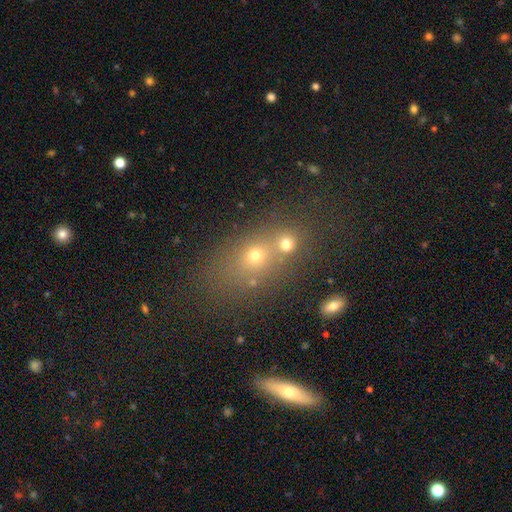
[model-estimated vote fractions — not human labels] This appears to be a smooth galaxy with no disk features (59%) that is in between round and cigar-shaped (51%). Merging: none (44%).